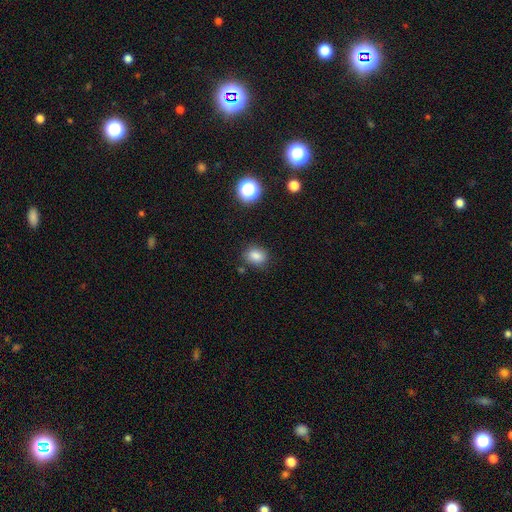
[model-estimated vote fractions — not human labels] Overall: smooth (83%). How rounded: round (51%; in between 48%). Merging: none (80%).